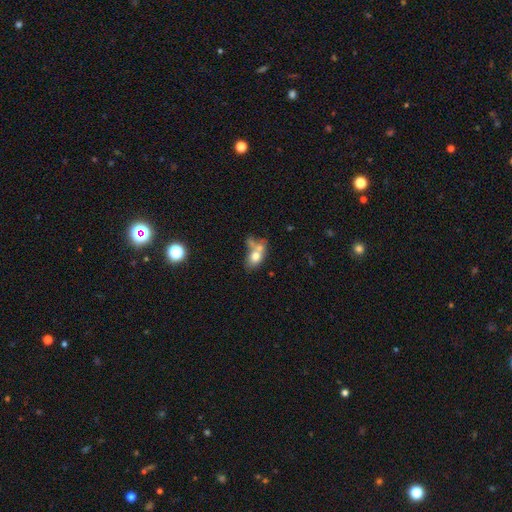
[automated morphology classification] Q: Smooth or featured?
A: smooth (67%); runner-up: featured or disk (23%)
Q: How rounded?
A: in between (75%); runner-up: round (22%)
Q: Merging?
A: merger (54%); runner-up: none (25%)